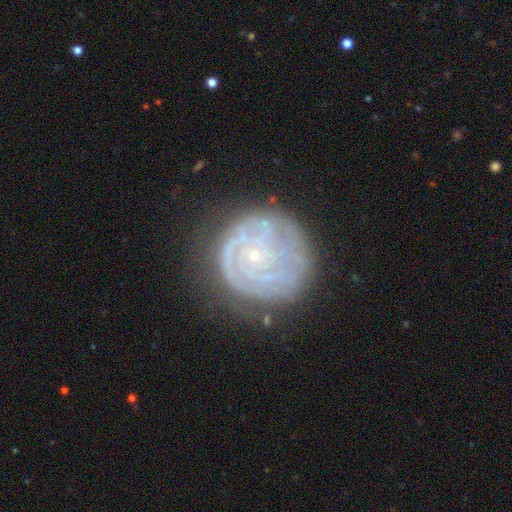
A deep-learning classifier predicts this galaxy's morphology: Q: Smooth or featured?
A: featured or disk (77%); runner-up: smooth (15%)
Q: Edge-on disk?
A: no (98%); runner-up: yes (2%)
Q: Bar?
A: no (81%); runner-up: weak (15%)
Q: Spiral arms?
A: yes (87%); runner-up: no (13%)
Q: Spiral winding?
A: tight (77%); runner-up: medium (18%)
Q: Spiral arm count?
A: can't tell (42%); runner-up: 2 (16%)
Q: Bulge size?
A: small (86%); runner-up: moderate (8%)
Q: Merging?
A: none (69%); runner-up: minor disturbance (19%)